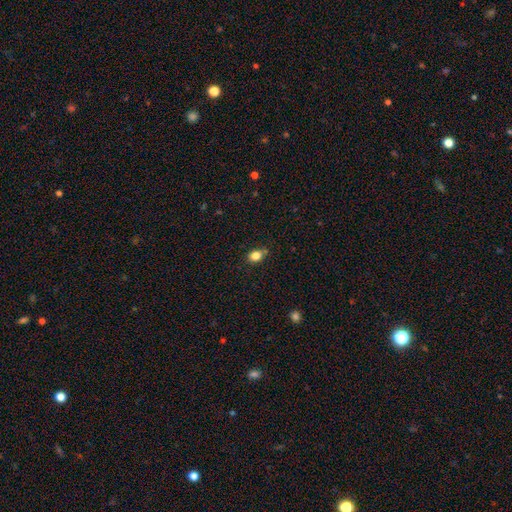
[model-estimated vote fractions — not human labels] smooth 83%, star or artifact 11%, featured or disk 6%. Down the decision tree: how rounded — in between (54%); merging — none (74%).